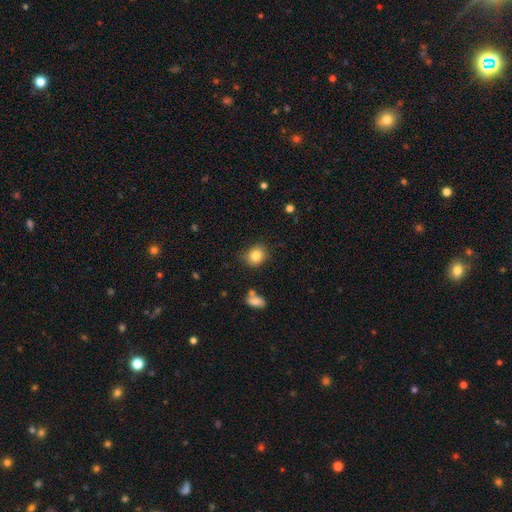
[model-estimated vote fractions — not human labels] Overall: smooth (83%). How rounded: round (66%; in between 33%). Merging: none (82%).